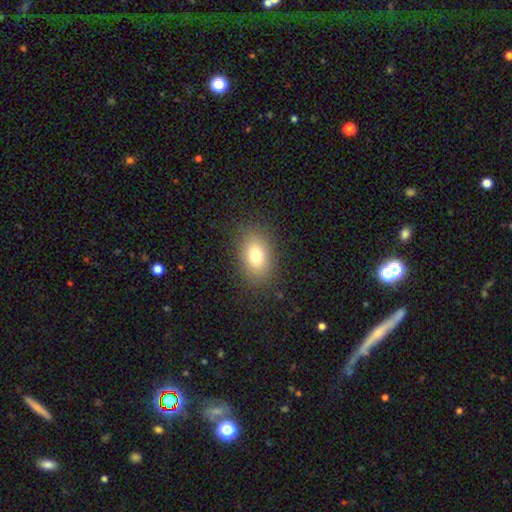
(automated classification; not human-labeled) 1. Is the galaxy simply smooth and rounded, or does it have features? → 77% smooth, 12% featured or disk, 12% star or artifact.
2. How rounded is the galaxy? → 79% in between, 20% round, 1% cigar-shaped.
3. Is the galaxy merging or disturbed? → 85% none, 10% minor disturbance, 4% major disturbance, 1% merger.